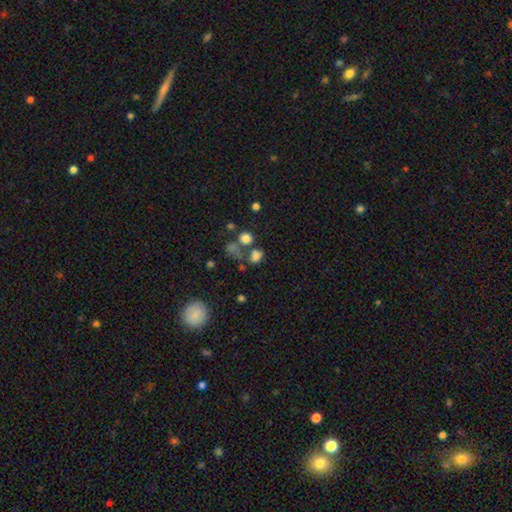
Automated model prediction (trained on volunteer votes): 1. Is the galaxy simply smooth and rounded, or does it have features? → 72% smooth, 18% star or artifact, 10% featured or disk.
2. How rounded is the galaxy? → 50% in between, 48% round, 2% cigar-shaped.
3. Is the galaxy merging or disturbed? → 44% none, 32% merger, 13% minor disturbance, 11% major disturbance.